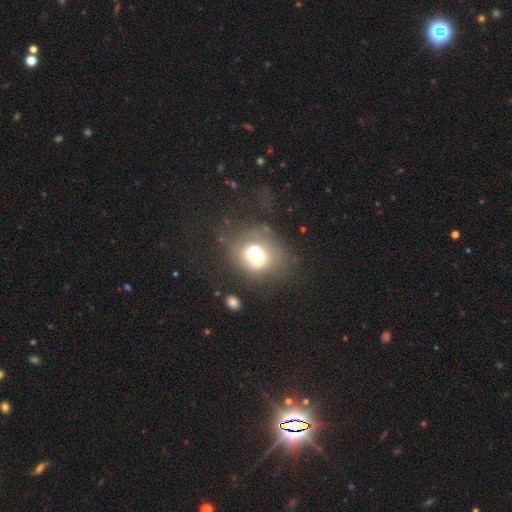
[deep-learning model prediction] The model was most divided on "merging": none: 47%, major disturbance: 26%, minor disturbance: 22%, merger: 5%. More confident: how rounded — round (66%); smooth or featured — smooth (61%).